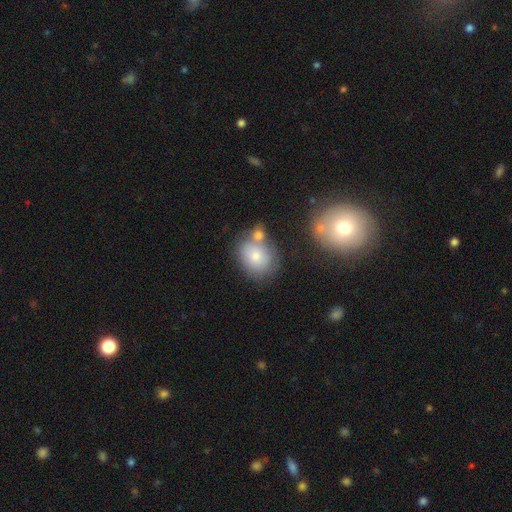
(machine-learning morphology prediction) type=smooth (74%); roundness=round (57%); merging=none (48%).